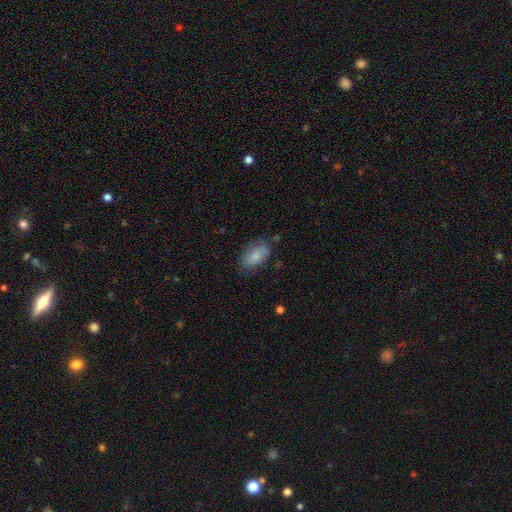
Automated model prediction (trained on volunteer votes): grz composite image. It shows a smooth galaxy with no disk features (79%) that is in between round and cigar-shaped (92%). Merging: none (73%).